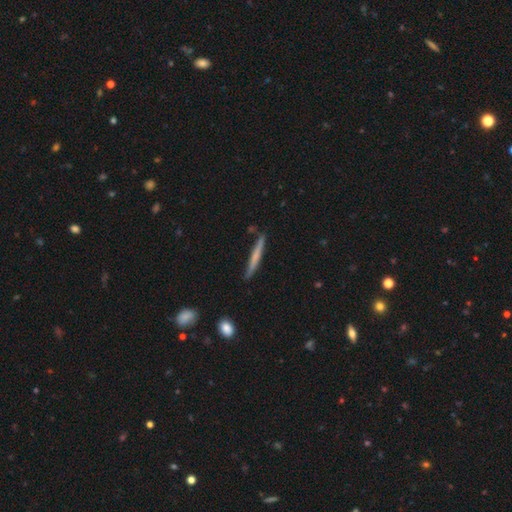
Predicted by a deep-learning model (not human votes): Smooth or featured?
  - smooth: 54% *
  - featured or disk: 40%
  - star or artifact: 6%
How rounded?
  - cigar-shaped: 96% *
  - in between: 3%
  - round: 2%
Merging?
  - none: 84% *
  - minor disturbance: 11%
  - merger: 2%
  - major disturbance: 2%